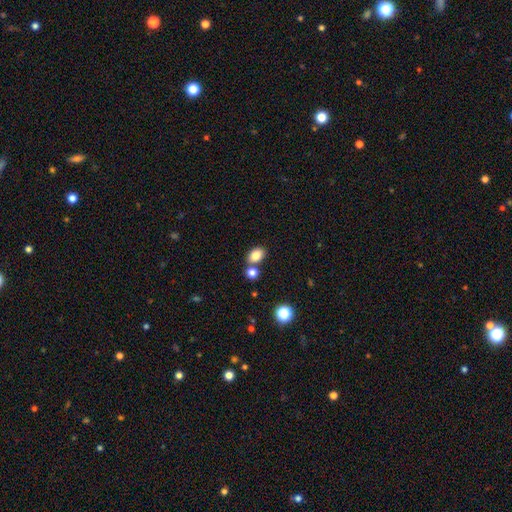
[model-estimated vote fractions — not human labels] Smooth or featured? Predicted: smooth (p=0.83). How rounded? Predicted: in between (p=0.78). Merging? Predicted: none (p=0.64).